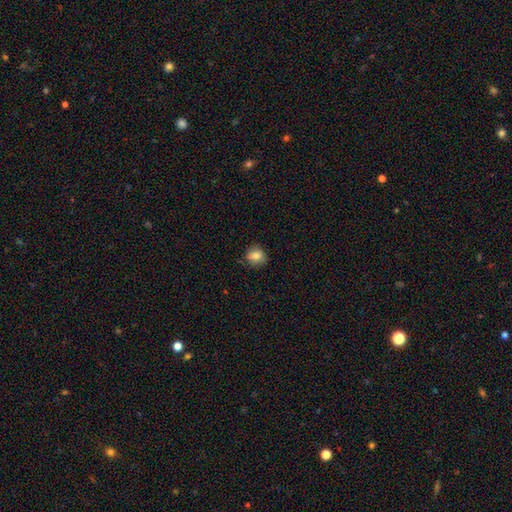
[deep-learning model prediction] This is clearly a smooth galaxy (80%). How rounded: likely round (74%). Merging: likely none (77%).